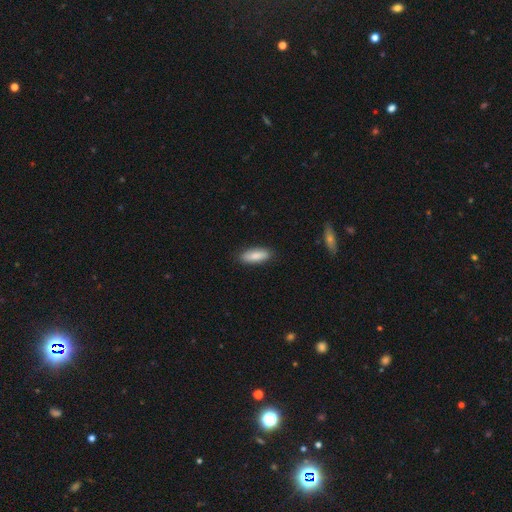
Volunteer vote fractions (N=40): A smooth galaxy with no disk features (90%) that is in between round and cigar-shaped (72%). Merging: none (95%).